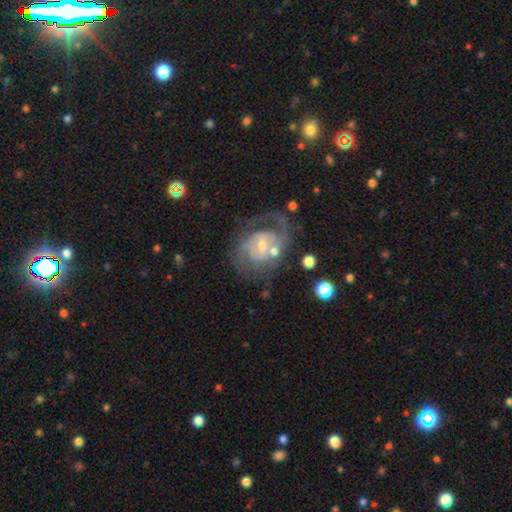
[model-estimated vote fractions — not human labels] Smooth or featured: featured or disk — 82% (smooth — 11%)
Edge-on disk: no — 97% (yes — 3%)
Bar: no — 47% (weak — 42%)
Spiral arms: yes — 88% (no — 12%)
Spiral winding: medium — 44% (tight — 37%)
Spiral arm count: 2 — 53% (can't tell — 21%)
Bulge size: small — 60% (moderate — 33%)
Merging: none — 48% (major disturbance — 22%)